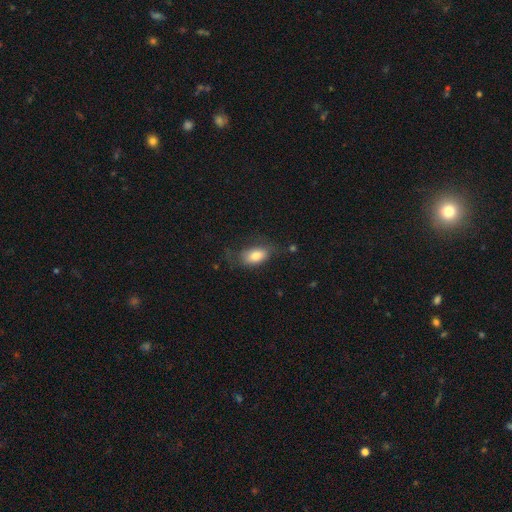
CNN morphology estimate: Overall: smooth (78%). How rounded: in between (90%). Merging: none (57%; minor disturbance 26%).